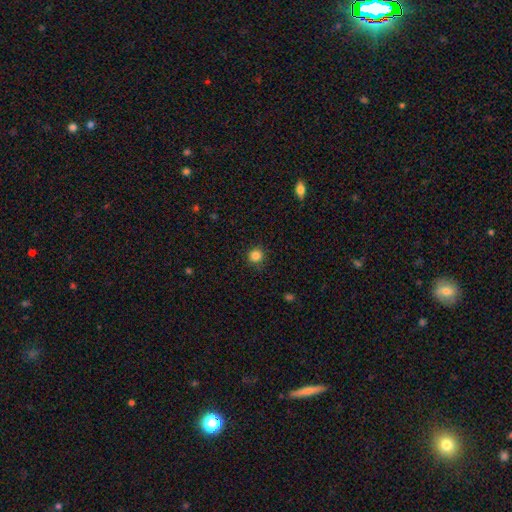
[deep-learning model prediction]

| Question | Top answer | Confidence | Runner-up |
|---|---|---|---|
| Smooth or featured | smooth | 85% | star or artifact (12%) |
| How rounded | round | 94% | in between (5%) |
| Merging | none | 88% | minor disturbance (8%) |